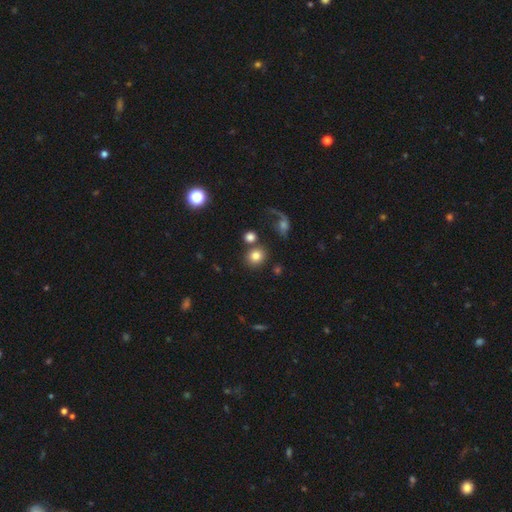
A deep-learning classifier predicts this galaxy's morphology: Smooth or featured? smooth (80%)
How rounded? round (82%)
Merging? none (72%)